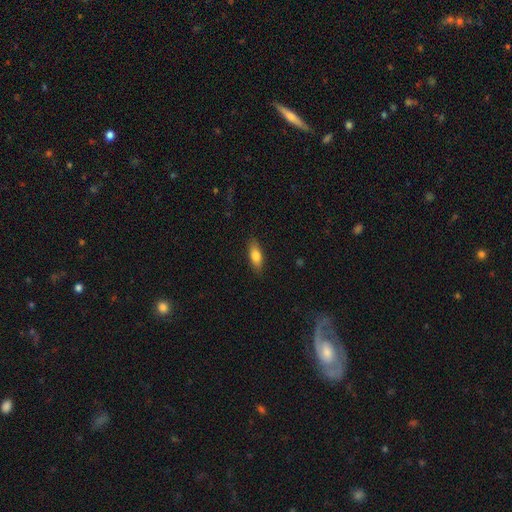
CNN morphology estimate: type=smooth (78%); roundness=in between (71%); merging=none (87%).